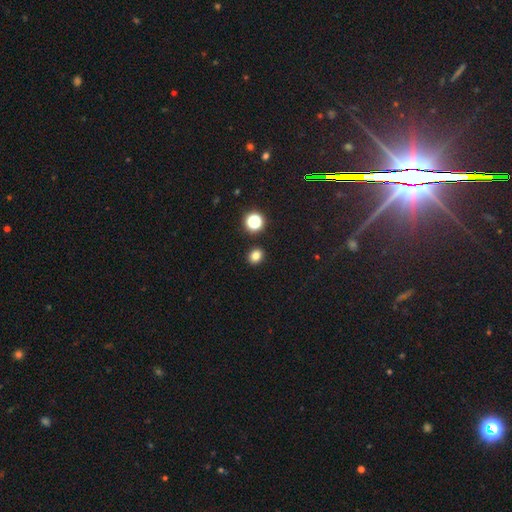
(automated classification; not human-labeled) smooth_or_featured: smooth (p=0.80) [alt: star or artifact p=0.15]
how_rounded: round (p=0.66) [alt: in between p=0.33]
merging: none (p=0.90) [alt: minor disturbance p=0.06]